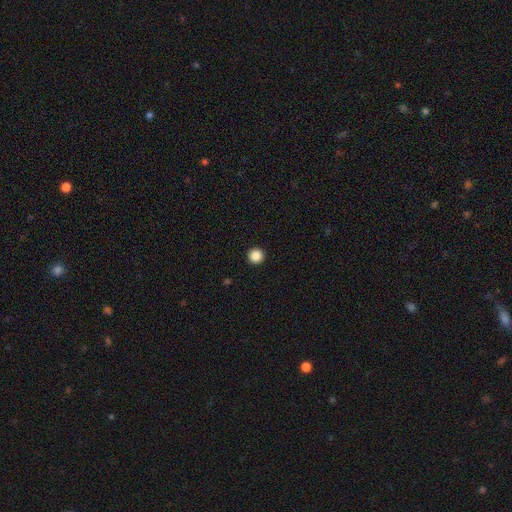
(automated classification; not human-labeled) This is clearly a smooth galaxy (87%). How rounded: clearly round (96%). Merging: clearly none (94%).